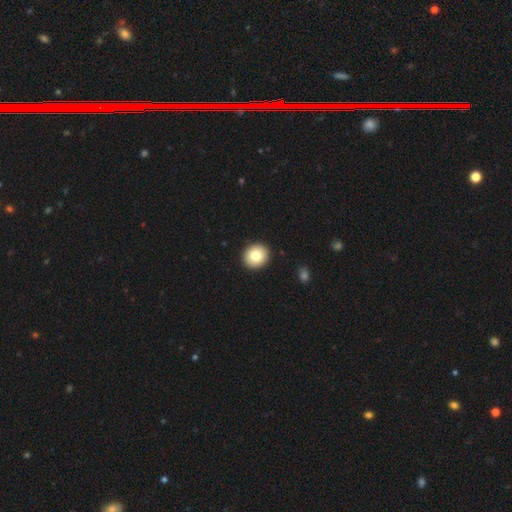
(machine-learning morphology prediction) Smooth or featured: smooth — 80% (featured or disk — 11%)
How rounded: round — 86% (in between — 13%)
Merging: none — 92% (minor disturbance — 5%)